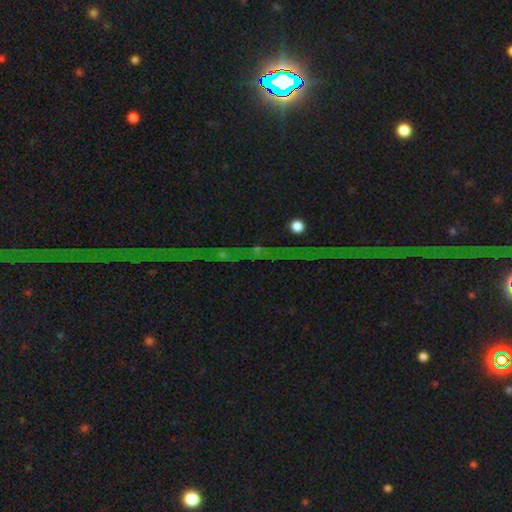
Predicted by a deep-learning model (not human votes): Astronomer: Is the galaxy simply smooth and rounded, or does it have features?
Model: star or artifact — 79%.